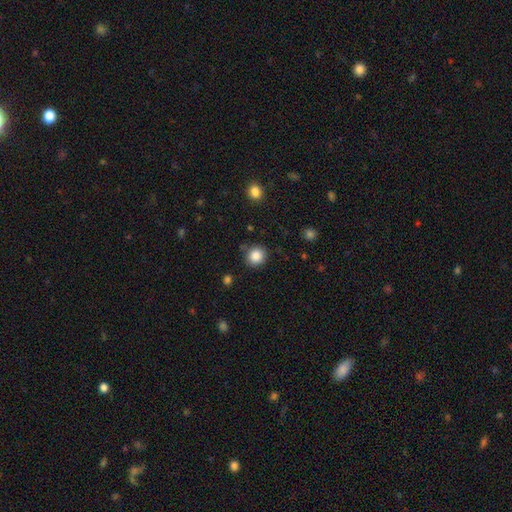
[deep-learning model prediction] This is clearly a smooth galaxy (86%). How rounded: clearly round (87%). Merging: clearly none (85%).